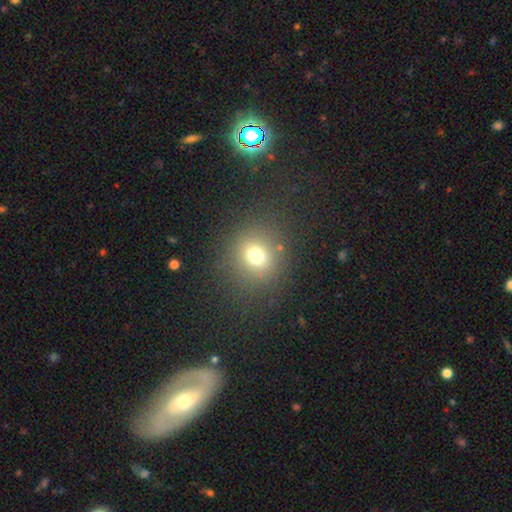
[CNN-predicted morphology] This is likely a smooth galaxy (72%). How rounded: clearly round (83%). Merging: clearly none (84%).